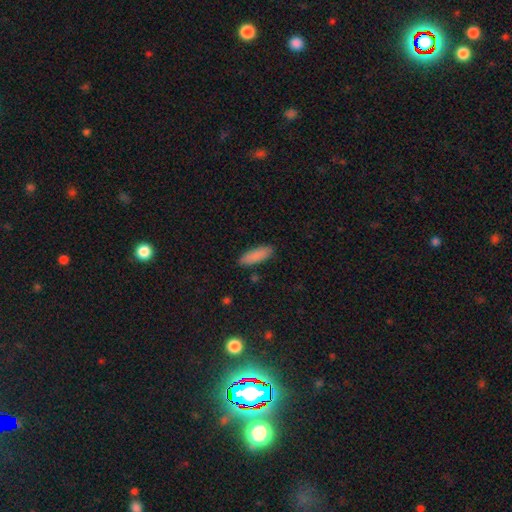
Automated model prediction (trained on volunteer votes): Overall: smooth (88%). How rounded: in between (54%; cigar-shaped 44%). Merging: none (88%).